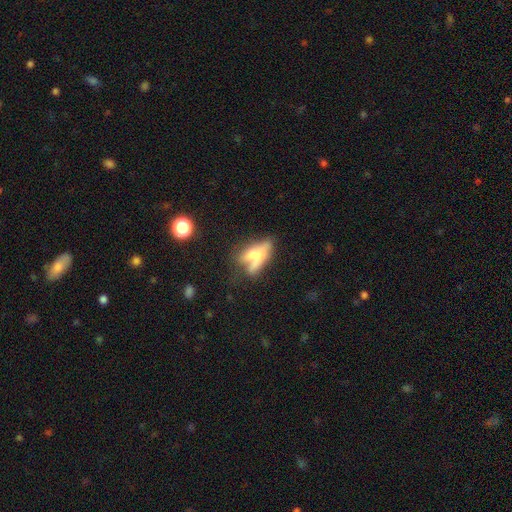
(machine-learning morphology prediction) smooth_or_featured: smooth (p=0.51) [alt: featured or disk p=0.38]
how_rounded: in between (p=0.57) [alt: cigar-shaped p=0.35]
merging: none (p=0.32) [alt: merger p=0.27]